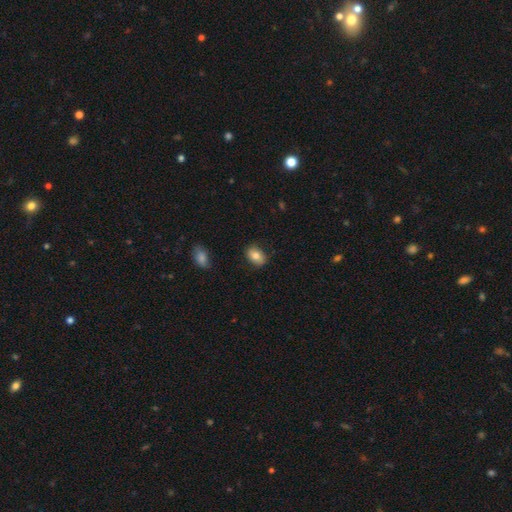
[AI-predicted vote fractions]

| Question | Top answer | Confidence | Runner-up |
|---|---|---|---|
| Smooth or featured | smooth | 79% | featured or disk (12%) |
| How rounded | in between | 81% | round (18%) |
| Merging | none | 82% | minor disturbance (13%) |